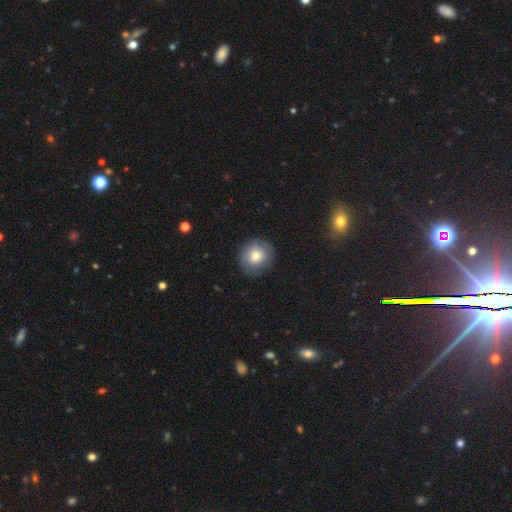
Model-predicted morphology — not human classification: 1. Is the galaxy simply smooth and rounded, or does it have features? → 67% smooth, 24% featured or disk, 9% star or artifact.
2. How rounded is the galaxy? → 91% round, 8% in between, 1% cigar-shaped.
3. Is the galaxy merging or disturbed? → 80% none, 14% minor disturbance, 5% major disturbance, 1% merger.